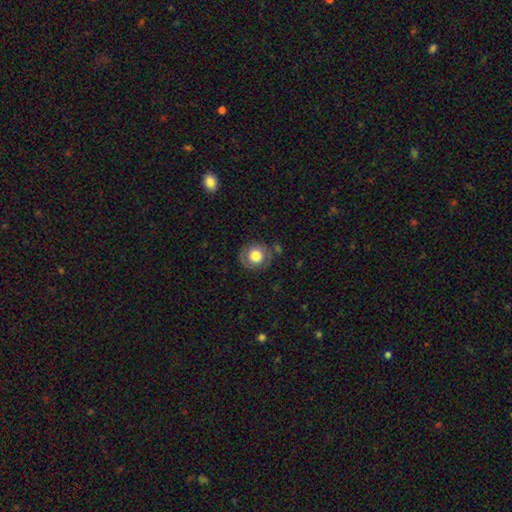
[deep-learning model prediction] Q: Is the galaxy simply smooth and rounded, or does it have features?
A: smooth — 73%.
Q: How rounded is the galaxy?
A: round — 85%.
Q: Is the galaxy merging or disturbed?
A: none — 77%.